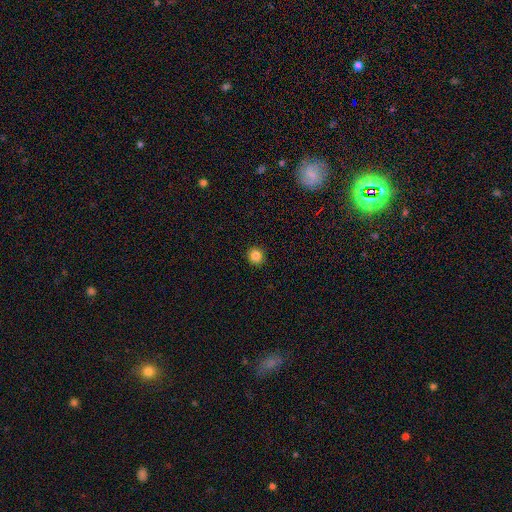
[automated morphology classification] Overall: smooth (85%). How rounded: round (93%). Merging: none (92%).